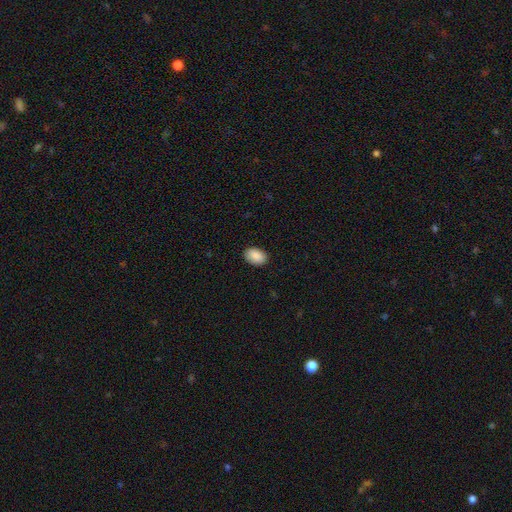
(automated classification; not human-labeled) smooth_or_featured: smooth (p=0.90) [alt: star or artifact p=0.06]
how_rounded: in between (p=0.88) [alt: round p=0.11]
merging: none (p=0.89) [alt: minor disturbance p=0.09]